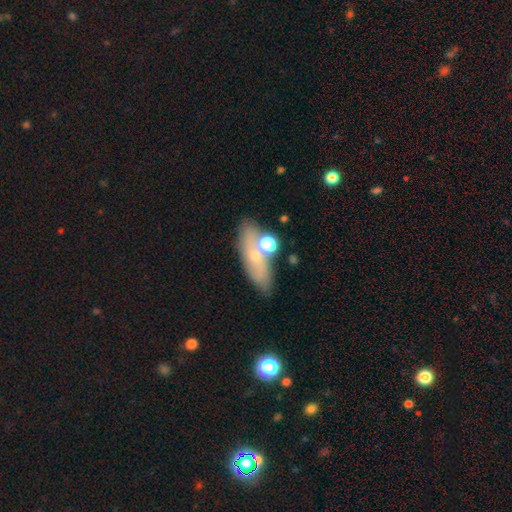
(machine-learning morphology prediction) smooth 53%, featured or disk 36%, star or artifact 11%. Down the decision tree: how rounded — in between (58%); merging — none (66%).